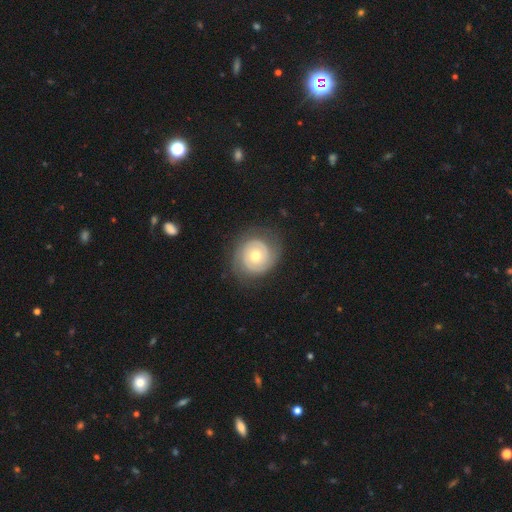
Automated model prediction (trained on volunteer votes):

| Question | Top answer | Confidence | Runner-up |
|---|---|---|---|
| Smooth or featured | featured or disk | 79% | smooth (16%) |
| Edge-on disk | no | 98% | yes (2%) |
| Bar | no | 79% | weak (17%) |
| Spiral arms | yes | 92% | no (8%) |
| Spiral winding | tight | 73% | medium (21%) |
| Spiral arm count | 2 | 67% | can't tell (15%) |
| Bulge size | moderate | 65% | small (29%) |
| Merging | none | 78% | minor disturbance (15%) |